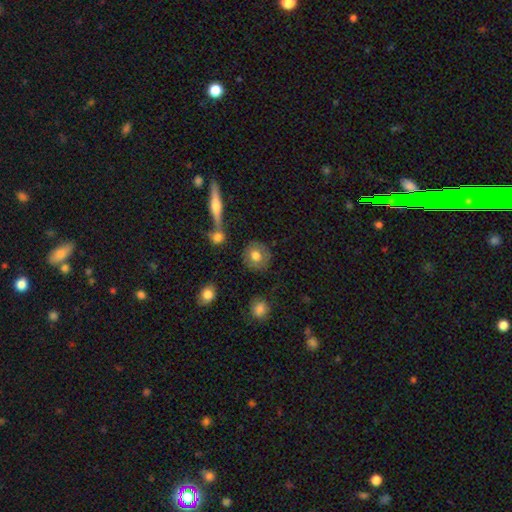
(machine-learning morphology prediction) Smooth or featured?
  - smooth: 70% *
  - featured or disk: 22%
  - star or artifact: 8%
How rounded?
  - round: 86% *
  - in between: 12%
  - cigar-shaped: 2%
Merging?
  - none: 81% *
  - minor disturbance: 11%
  - merger: 5%
  - major disturbance: 4%